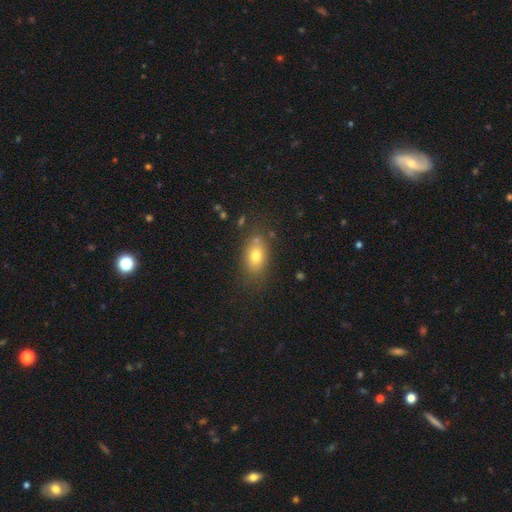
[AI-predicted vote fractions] Q: Smooth or featured?
A: smooth (75%); runner-up: featured or disk (13%)
Q: How rounded?
A: in between (79%); runner-up: round (18%)
Q: Merging?
A: none (75%); runner-up: minor disturbance (15%)